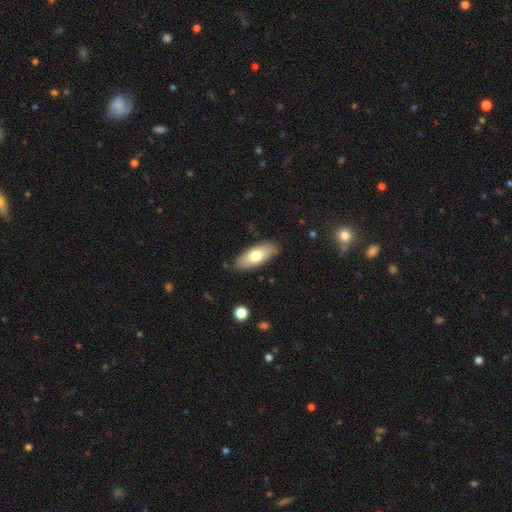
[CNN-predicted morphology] This is likely a smooth galaxy (69%). How rounded: likely in between (78%). Merging: clearly none (85%).